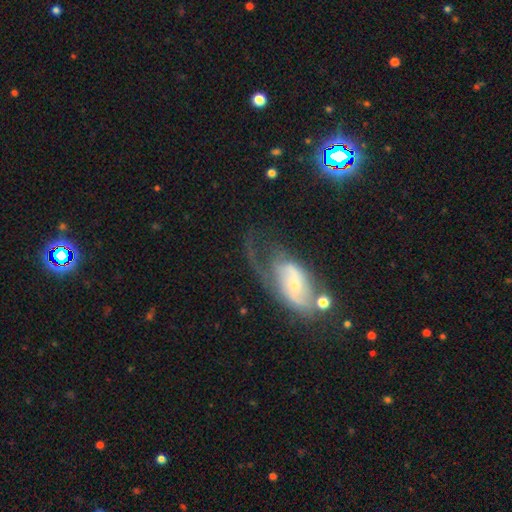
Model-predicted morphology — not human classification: Q: Smooth or featured?
A: featured or disk (64%); runner-up: smooth (22%)
Q: Edge-on disk?
A: no (90%); runner-up: yes (10%)
Q: Bar?
A: no (59%); runner-up: weak (32%)
Q: Spiral arms?
A: yes (76%); runner-up: no (24%)
Q: Bulge size?
A: small (67%); runner-up: moderate (24%)
Q: Merging?
A: none (41%); runner-up: major disturbance (30%)